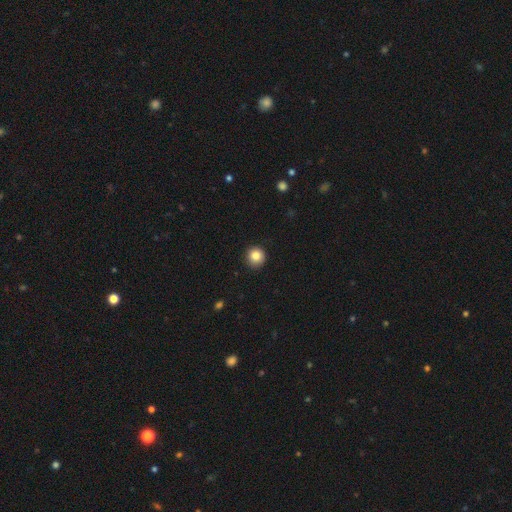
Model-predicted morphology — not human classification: Smooth or featured? smooth (85%)
How rounded? round (93%)
Merging? none (89%)